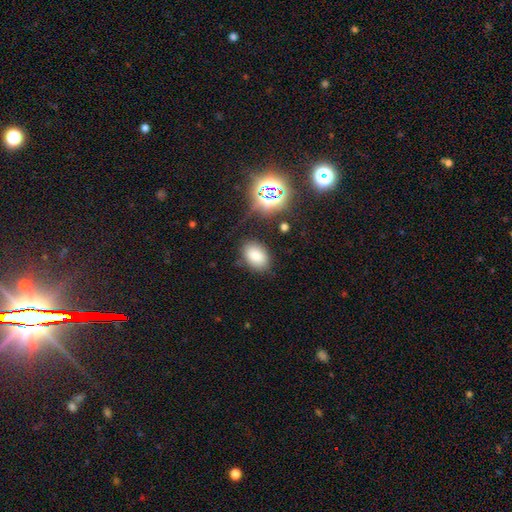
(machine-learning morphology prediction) Smooth or featured?
  - smooth: 79% *
  - star or artifact: 14%
  - featured or disk: 7%
How rounded?
  - in between: 84% *
  - round: 14%
  - cigar-shaped: 1%
Merging?
  - none: 79% *
  - minor disturbance: 14%
  - major disturbance: 4%
  - merger: 3%